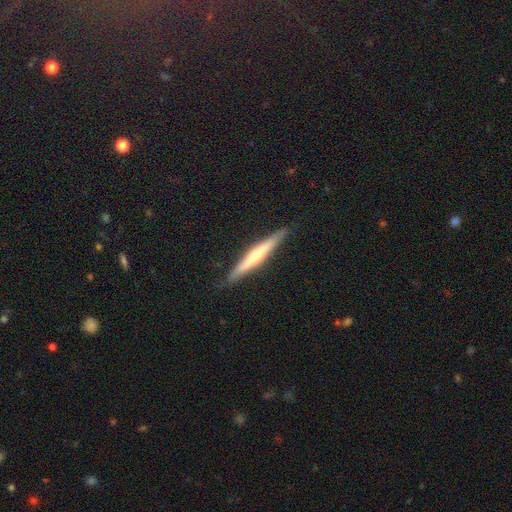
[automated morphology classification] The model was most divided on "smooth or featured": featured or disk: 62%, smooth: 32%, star or artifact: 6%. More confident: edge-on disk — yes (97%); merging — none (89%); edge-on bulge — rounded (75%).